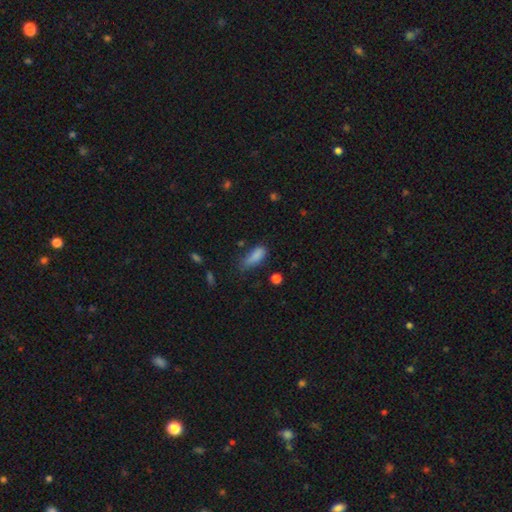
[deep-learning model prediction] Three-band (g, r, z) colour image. It shows a smooth galaxy with no disk features (84%) that is in between round and cigar-shaped (71%). Merging: none (47%).